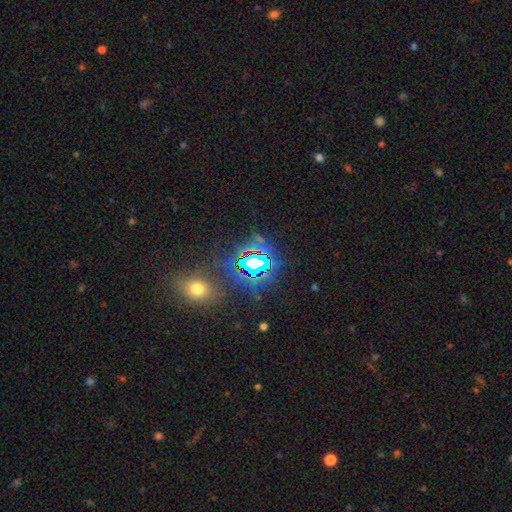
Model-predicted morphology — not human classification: Overall: star or artifact (74%).